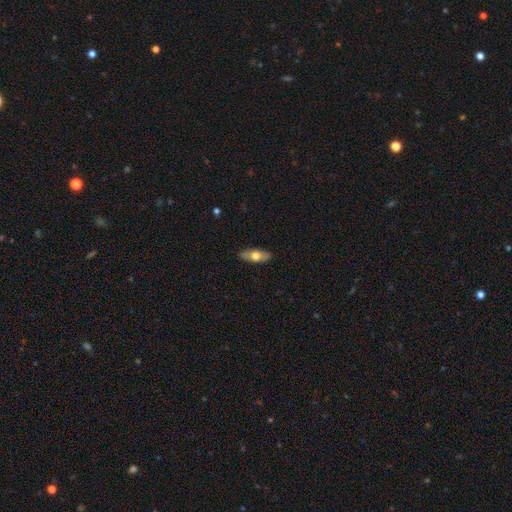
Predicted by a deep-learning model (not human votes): Overall: smooth (59%; featured or disk 36%). How rounded: in between (71%). Merging: none (89%).